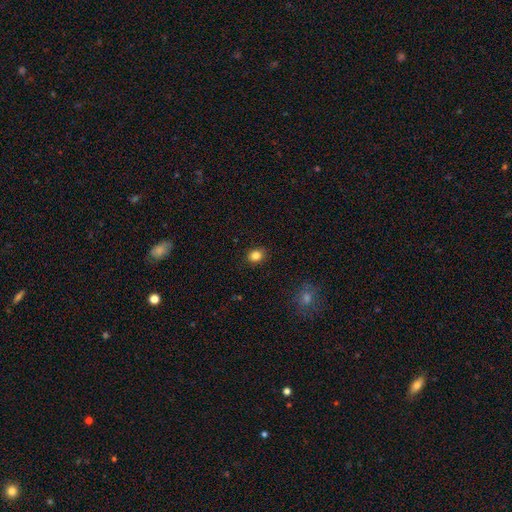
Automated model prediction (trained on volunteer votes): A smooth galaxy with no disk features (84%) that is round (53%).

Vote fractions:
- Smooth or featured? smooth: 84% / star or artifact: 11% / featured or disk: 5%
- How rounded? round: 53% / in between: 46% / cigar-shaped: 1%
- Merging? none: 89% / minor disturbance: 8% / major disturbance: 2% / merger: 1%